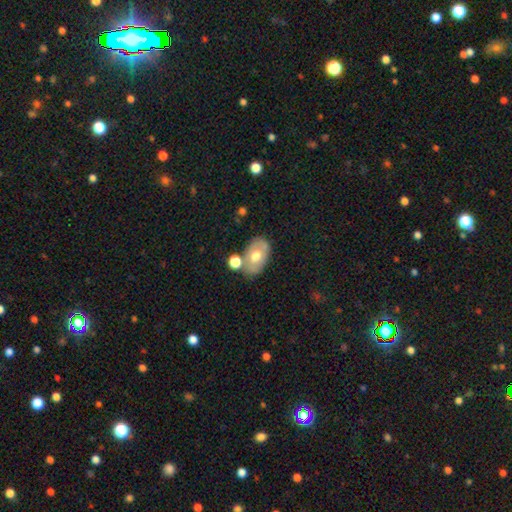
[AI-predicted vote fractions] Smooth or featured? smooth (54%)
How rounded? in between (85%)
Merging? none (61%)